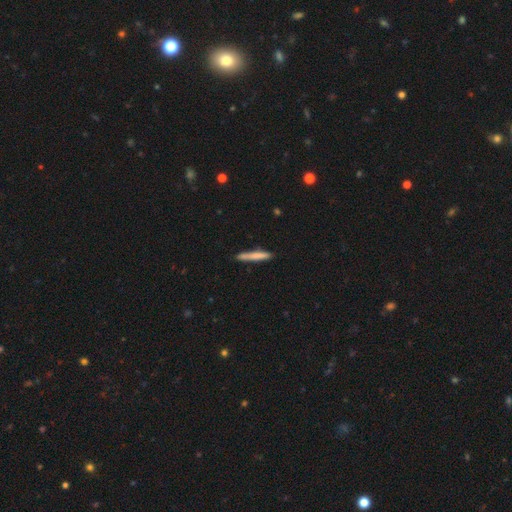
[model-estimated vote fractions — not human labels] smooth_or_featured: smooth (p=0.75) [alt: featured or disk p=0.19]
how_rounded: cigar-shaped (p=0.95) [alt: in between p=0.04]
merging: none (p=0.86) [alt: minor disturbance p=0.11]